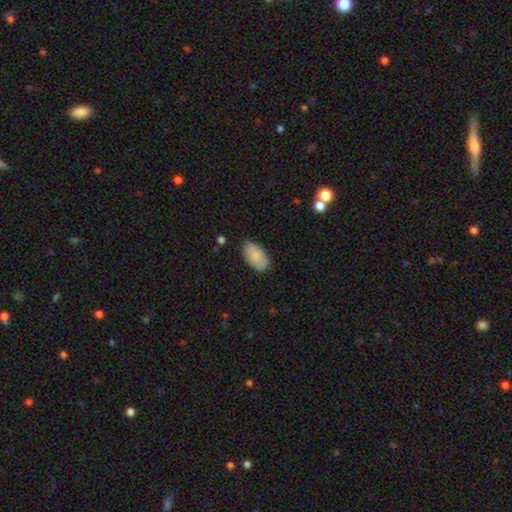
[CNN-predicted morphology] smooth-or-featured: smooth: 87% | featured or disk: 7% | star or artifact: 6%
  how-rounded: in between: 95% | round: 4% | cigar-shaped: 2%
  merging: none: 81% | minor disturbance: 15% | major disturbance: 3% | merger: 1%